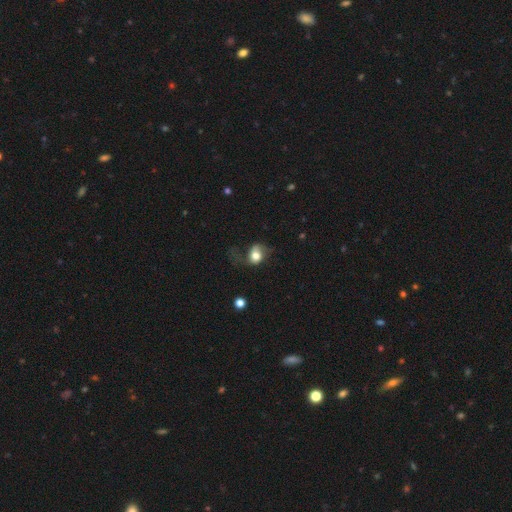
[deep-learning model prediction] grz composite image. It shows a smooth galaxy with no disk features (63%) that is round (50%). Merging: major disturbance (41%).